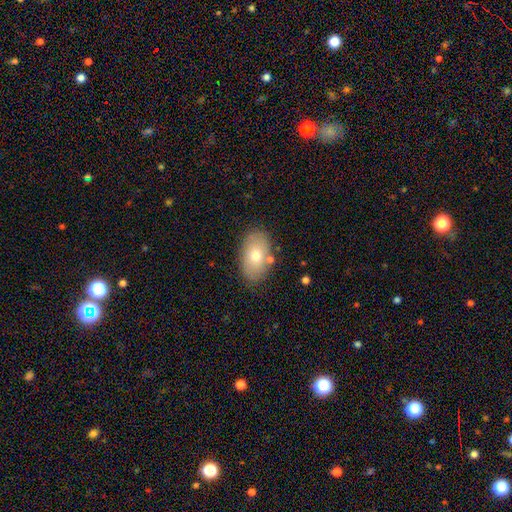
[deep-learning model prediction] This appears to be a smooth galaxy with no disk features (70%) that is in between round and cigar-shaped (90%). Merging: none (80%).